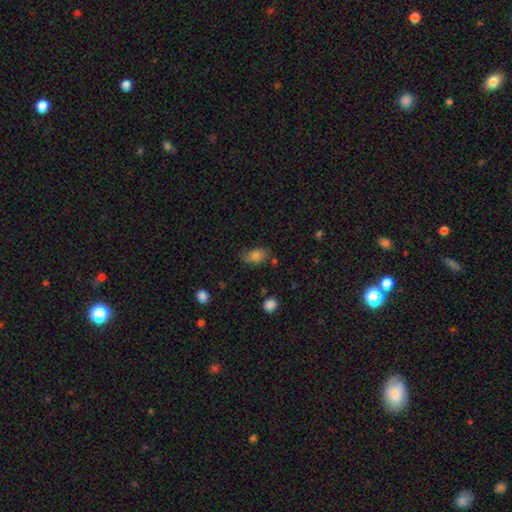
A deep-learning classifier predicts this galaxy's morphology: smooth-or-featured: smooth: 81% | star or artifact: 9% | featured or disk: 9%
  how-rounded: in between: 86% | round: 12% | cigar-shaped: 2%
  merging: none: 62% | minor disturbance: 28% | major disturbance: 6% | merger: 3%